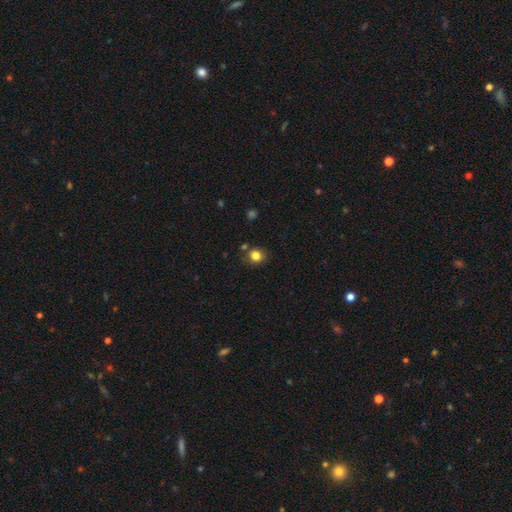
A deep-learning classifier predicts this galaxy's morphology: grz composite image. It shows a smooth galaxy with no disk features (82%) that is round (78%). Merging: none (80%).